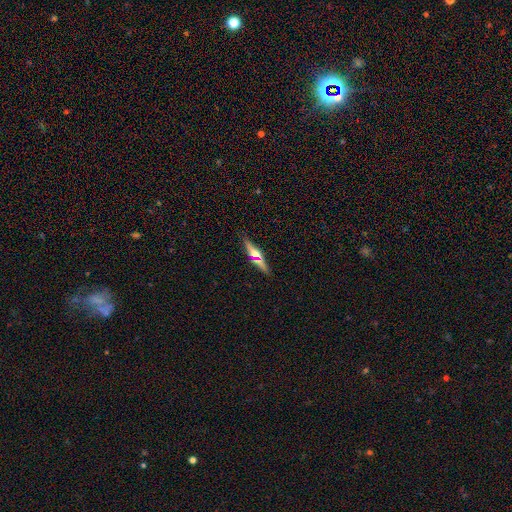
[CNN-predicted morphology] Smooth or featured? Predicted: featured or disk (p=0.56). Edge-on disk? Predicted: yes (p=0.93). Edge-on bulge? Predicted: rounded (p=0.89). Merging? Predicted: none (p=0.80).